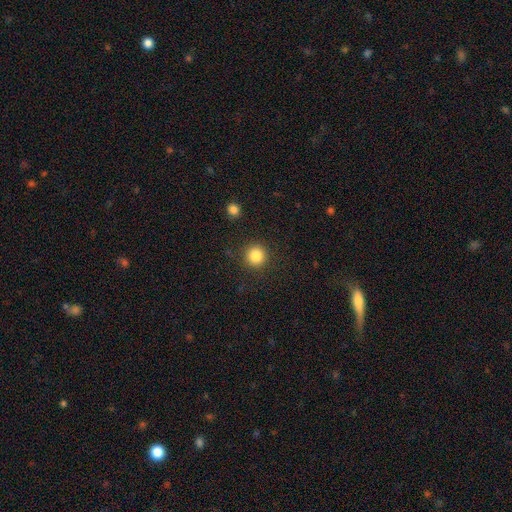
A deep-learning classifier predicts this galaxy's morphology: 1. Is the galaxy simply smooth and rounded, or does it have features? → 84% smooth, 11% star or artifact, 5% featured or disk.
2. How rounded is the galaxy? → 94% round, 5% in between, 1% cigar-shaped.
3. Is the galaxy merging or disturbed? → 90% none, 6% minor disturbance, 3% major disturbance, 2% merger.